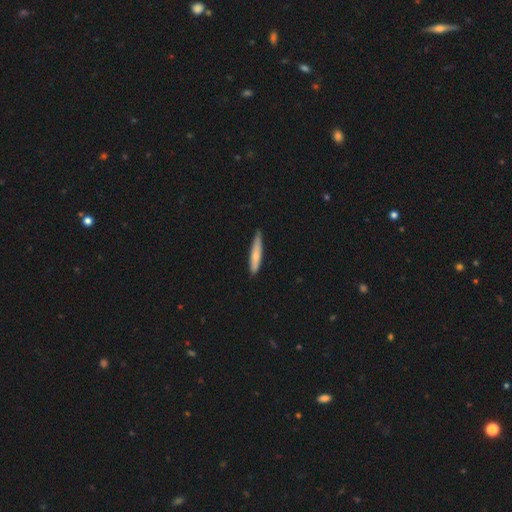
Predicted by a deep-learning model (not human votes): This is likely a smooth galaxy (71%). How rounded: clearly cigar-shaped (90%). Merging: likely none (80%).